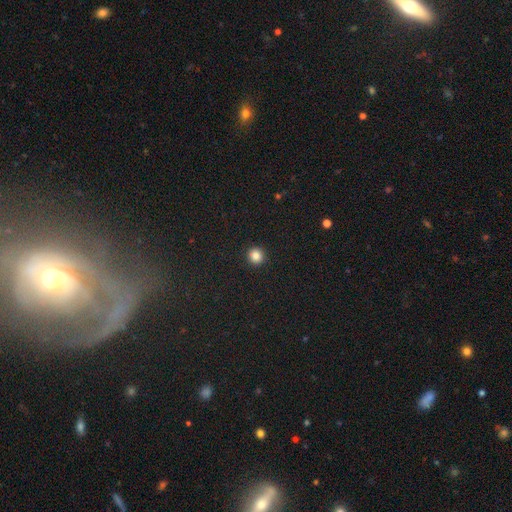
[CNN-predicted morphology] A smooth galaxy with no disk features (85%) that is round (92%).

Vote fractions:
- Smooth or featured? smooth: 85% / star or artifact: 11% / featured or disk: 4%
- How rounded? round: 92% / in between: 7% / cigar-shaped: 1%
- Merging? none: 92% / minor disturbance: 5% / major disturbance: 2% / merger: 1%